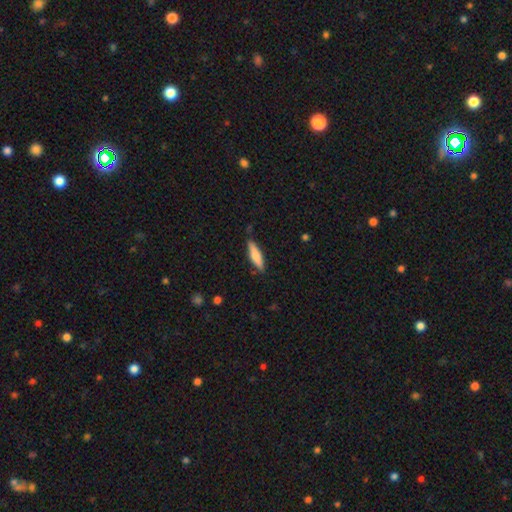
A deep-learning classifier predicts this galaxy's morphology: Overall: smooth (67%). How rounded: cigar-shaped (73%). Merging: none (85%).